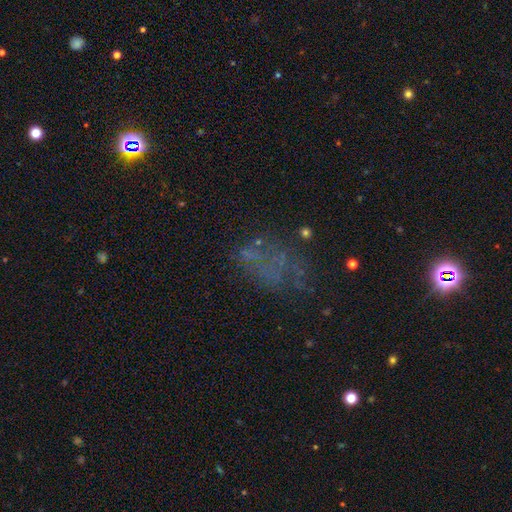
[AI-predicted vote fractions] A featured or disk galaxy (38%).

Vote fractions:
- Smooth or featured? featured or disk: 38% / star or artifact: 33% / smooth: 29%
- Merging? none: 50% / major disturbance: 25% / minor disturbance: 17% / merger: 7%